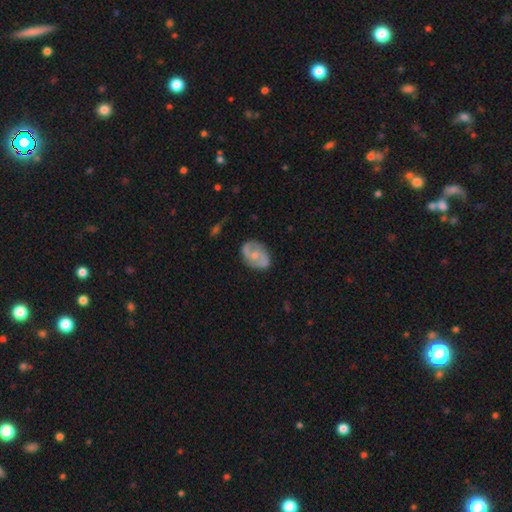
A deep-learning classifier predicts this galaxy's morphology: featured or disk 63%, smooth 31%, star or artifact 6%. Down the decision tree: edge-on disk — no (97%); bar — no (63%); spiral arms — yes (75%); bulge size — small (46%); merging — none (73%).